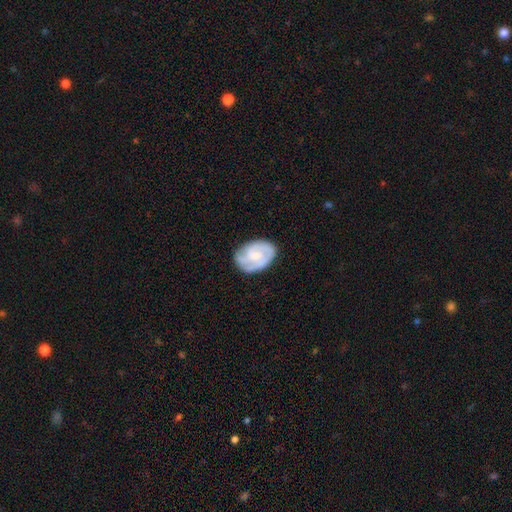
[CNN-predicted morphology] Smooth or featured? featured or disk (67%)
Edge-on disk? no (98%)
Bar? no (64%)
Spiral arms? yes (90%)
Spiral winding? tight (53%)
Spiral arm count? 2 (35%)
Bulge size? small (50%)
Merging? none (71%)